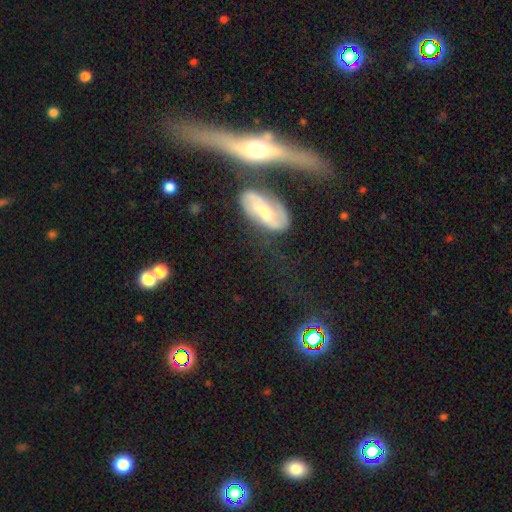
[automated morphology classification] The model was most divided on "edge-on disk" (2-way tie): yes: 50%, no: 50%. Remaining: smooth or featured — featured or disk (64%); merging — none (48%).